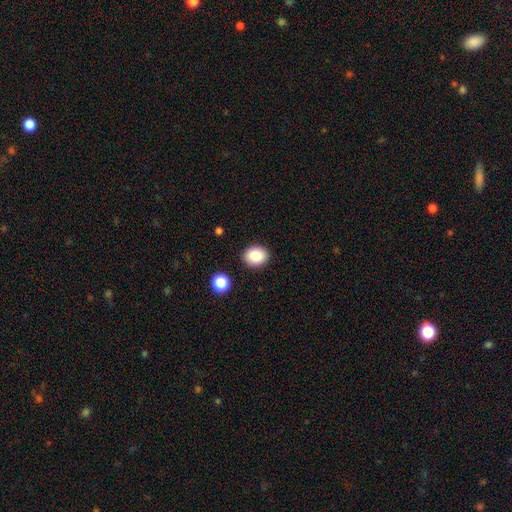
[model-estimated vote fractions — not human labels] The model was most divided on "how rounded": round: 56%, in between: 43%, cigar-shaped: 1%. More confident: merging — none (89%); smooth or featured — smooth (85%).